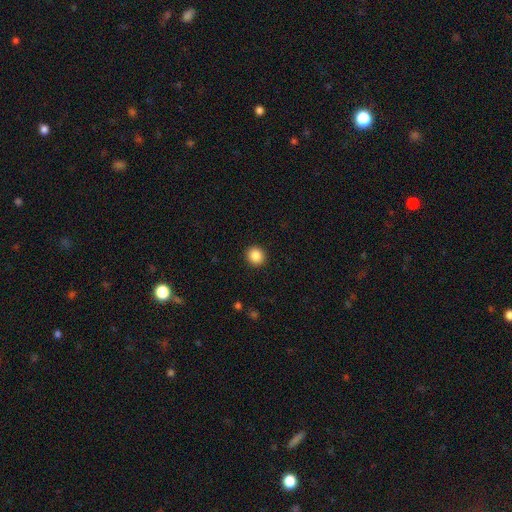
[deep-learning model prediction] smooth 87%, star or artifact 9%, featured or disk 4%. Down the decision tree: how rounded — round (90%); merging — none (93%).